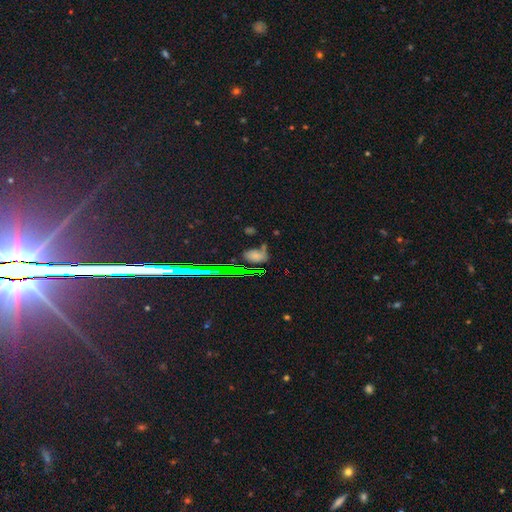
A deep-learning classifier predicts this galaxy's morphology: A smooth galaxy with no disk features (55%) that is in between round and cigar-shaped (82%). Merging: none (51%).